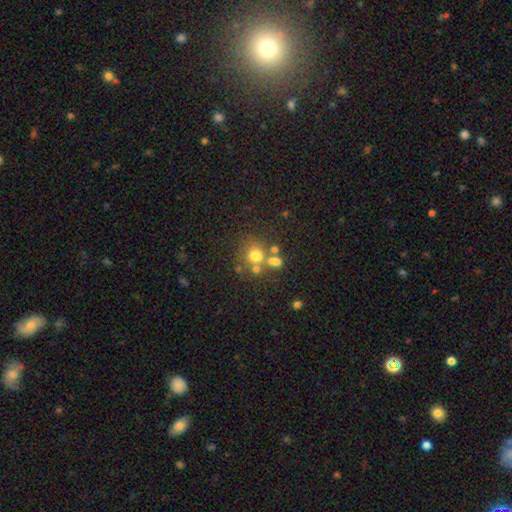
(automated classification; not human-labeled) The model was most divided on "merging": none: 52%, merger: 31%, minor disturbance: 10%, major disturbance: 6%. More confident: how rounded — round (80%); smooth or featured — smooth (67%).